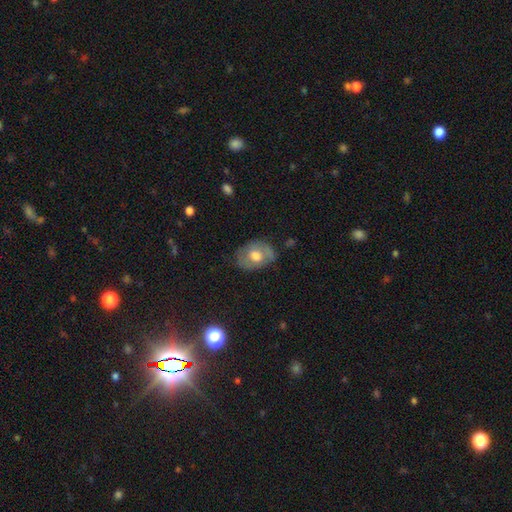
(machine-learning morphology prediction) smooth_or_featured: smooth (p=0.54) [alt: featured or disk p=0.38]
how_rounded: in between (p=0.68) [alt: round p=0.31]
merging: none (p=0.68) [alt: minor disturbance p=0.22]